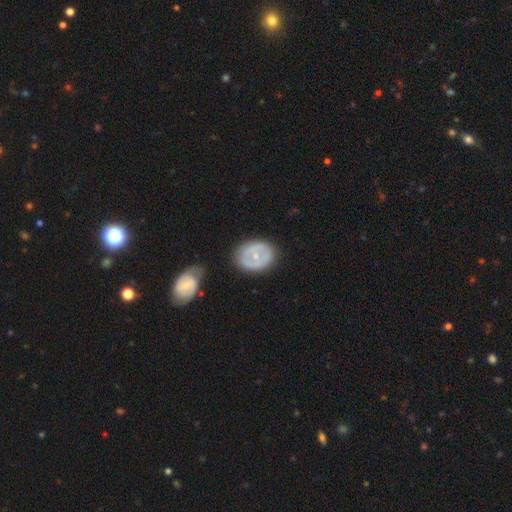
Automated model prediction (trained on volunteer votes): Smooth or featured: featured or disk — 57% (smooth — 37%)
Edge-on disk: no — 95% (yes — 5%)
Bar: no — 50% (weak — 32%)
Spiral arms: no — 71% (yes — 29%)
Bulge size: small — 59% (moderate — 36%)
Merging: none — 70% (minor disturbance — 18%)